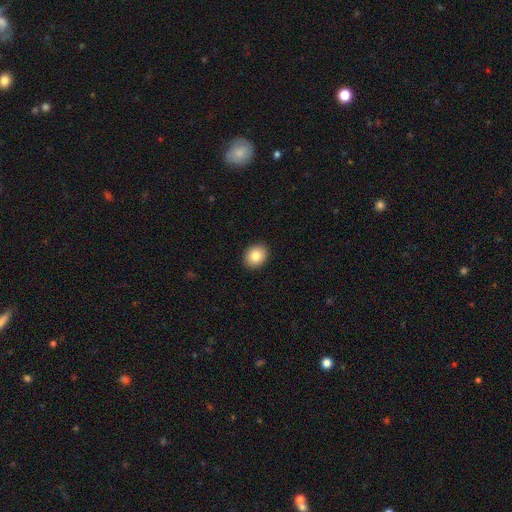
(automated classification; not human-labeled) smooth 83%, star or artifact 9%, featured or disk 8%. Down the decision tree: how rounded — round (53%); merging — none (91%).